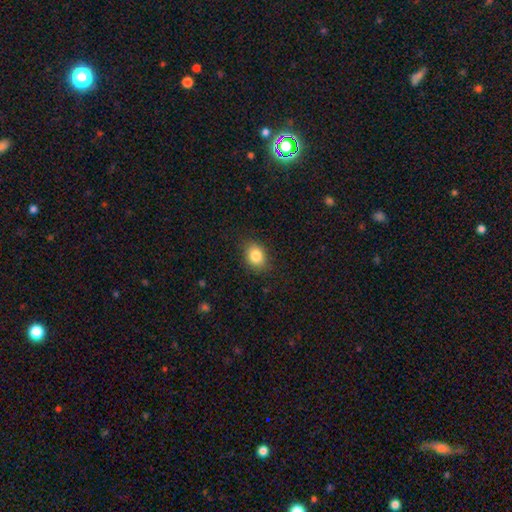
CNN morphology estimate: Smooth or featured?
  - smooth: 84% *
  - star or artifact: 9%
  - featured or disk: 6%
How rounded?
  - in between: 60% *
  - round: 39%
  - cigar-shaped: 1%
Merging?
  - none: 86% *
  - minor disturbance: 10%
  - major disturbance: 3%
  - merger: 1%